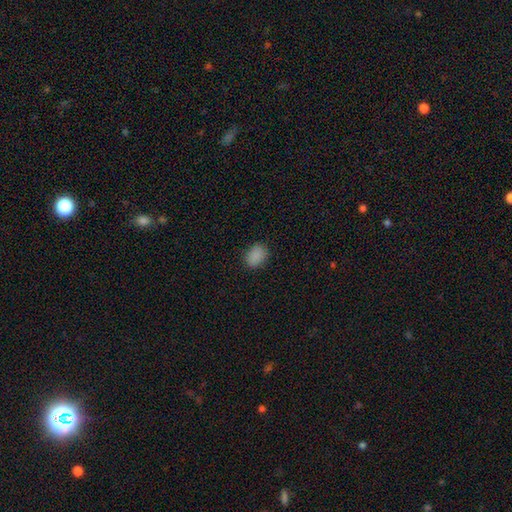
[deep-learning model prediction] Smooth or featured?
  - smooth: 86% *
  - star or artifact: 10%
  - featured or disk: 3%
How rounded?
  - in between: 68% *
  - round: 31%
  - cigar-shaped: 1%
Merging?
  - none: 84% *
  - minor disturbance: 12%
  - major disturbance: 3%
  - merger: 1%